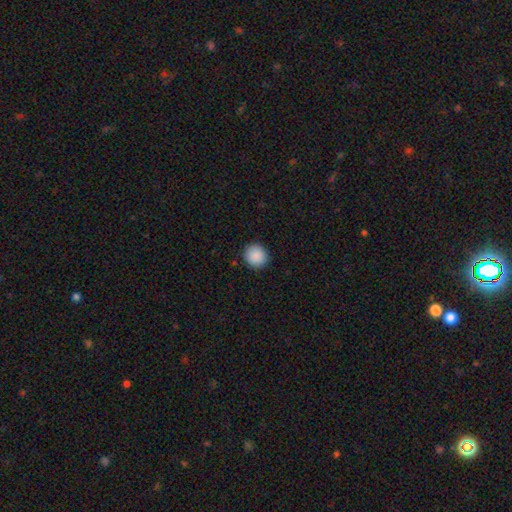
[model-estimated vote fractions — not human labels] smooth_or_featured: smooth (p=0.90) [alt: star or artifact p=0.08]
how_rounded: round (p=0.91) [alt: in between p=0.08]
merging: none (p=0.92) [alt: minor disturbance p=0.06]